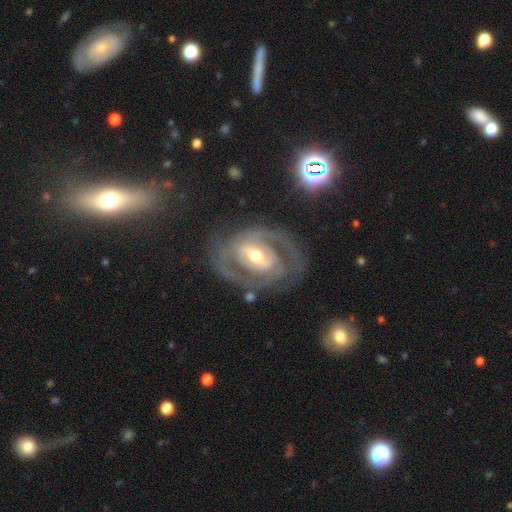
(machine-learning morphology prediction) A featured or disk galaxy (86%) with a weak bar (40%), 2 (69%) tight (48%) spiral arms (86%) and a moderate central bulge (68%). Merging: none (69%).